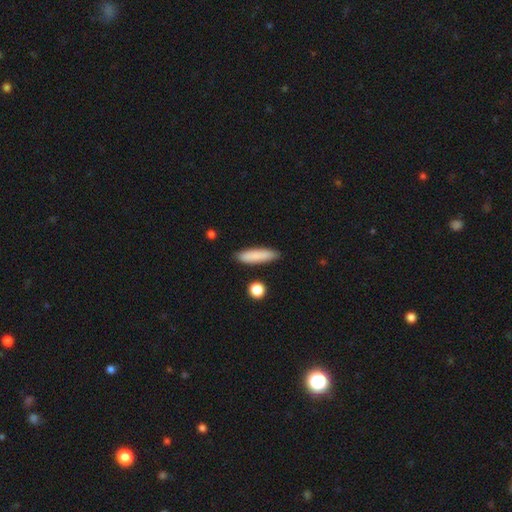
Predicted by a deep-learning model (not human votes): Overall: smooth (85%). How rounded: cigar-shaped (70%). Merging: none (87%).